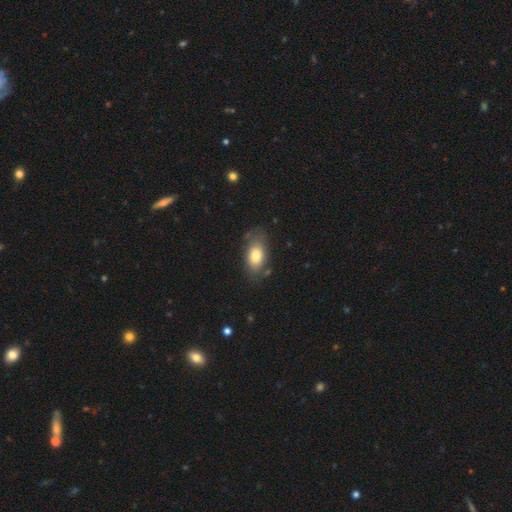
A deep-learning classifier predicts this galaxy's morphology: This is likely a smooth galaxy (77%). How rounded: clearly in between (89%). Merging: likely none (71%).